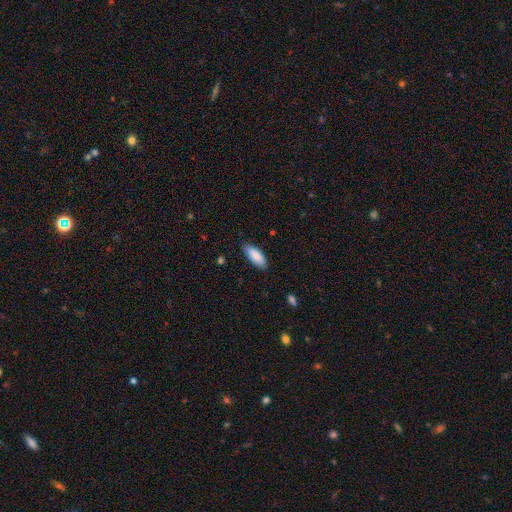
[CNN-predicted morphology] smooth 87%, featured or disk 7%, star or artifact 6%. Down the decision tree: how rounded — in between (77%); merging — none (85%).